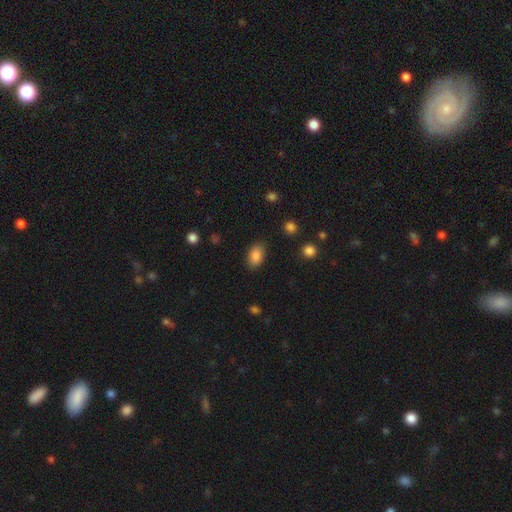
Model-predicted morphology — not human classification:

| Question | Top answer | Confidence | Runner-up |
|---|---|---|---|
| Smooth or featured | smooth | 86% | star or artifact (8%) |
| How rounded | in between | 88% | round (10%) |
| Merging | none | 84% | minor disturbance (11%) |